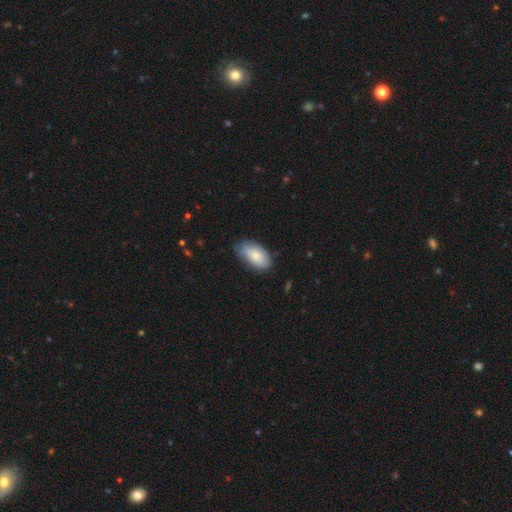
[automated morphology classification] Overall: smooth (81%). How rounded: in between (94%). Merging: none (64%; minor disturbance 29%).